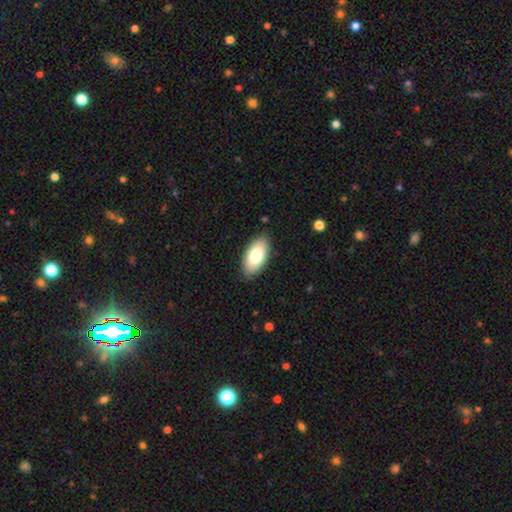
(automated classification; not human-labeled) smooth_or_featured: smooth (p=0.79) [alt: featured or disk p=0.15]
how_rounded: in between (p=0.94) [alt: cigar-shaped p=0.04]
merging: none (p=0.86) [alt: minor disturbance p=0.10]